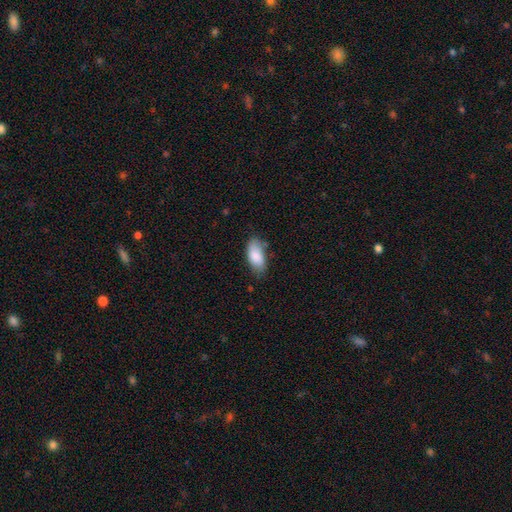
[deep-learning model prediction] A smooth galaxy with no disk features (86%) that is in between round and cigar-shaped (91%). Merging: none (67%).